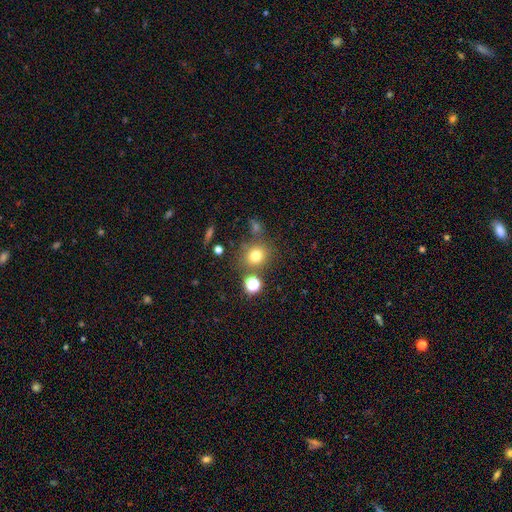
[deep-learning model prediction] smooth 74%, star or artifact 17%, featured or disk 9%. Down the decision tree: how rounded — round (83%); merging — none (74%).